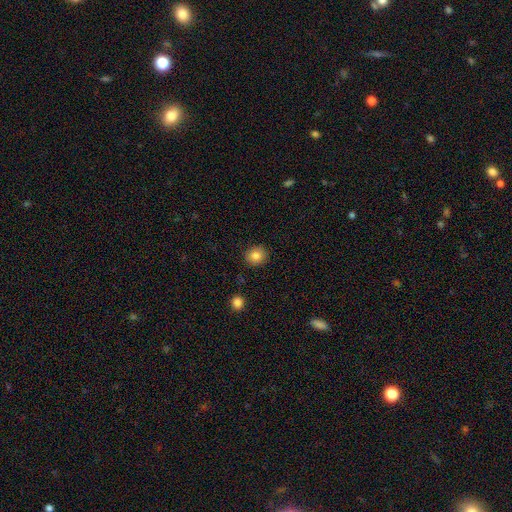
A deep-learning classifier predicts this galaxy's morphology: Overall: smooth (83%). How rounded: round (85%). Merging: none (90%).